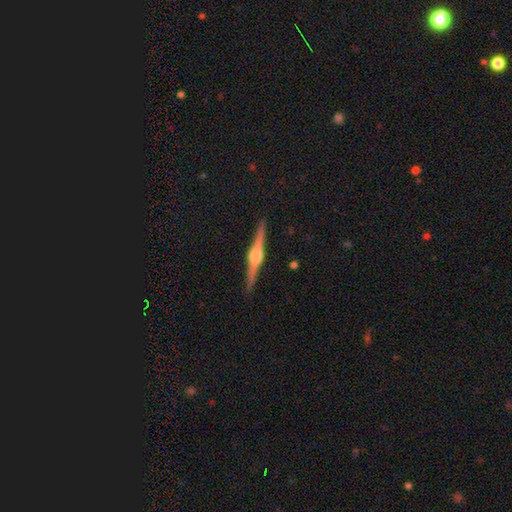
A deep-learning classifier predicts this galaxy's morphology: This is clearly a featured or disk galaxy (87%). It is clearly viewed edge-on (99%). Edge-on bulge: clearly rounded (90%). Merging: clearly none (91%).